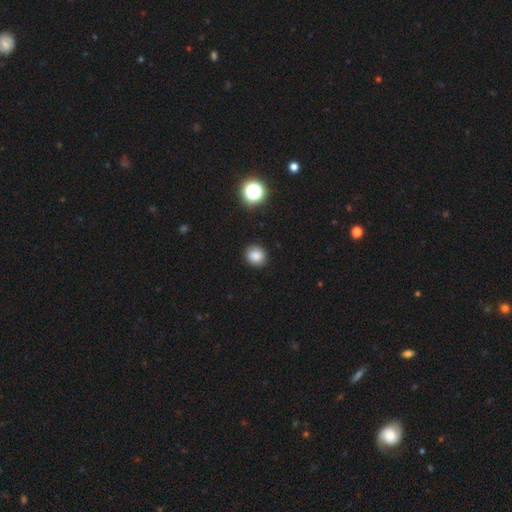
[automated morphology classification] Smooth or featured: smooth — 83% (star or artifact — 12%)
How rounded: round — 79% (in between — 20%)
Merging: none — 89% (minor disturbance — 8%)